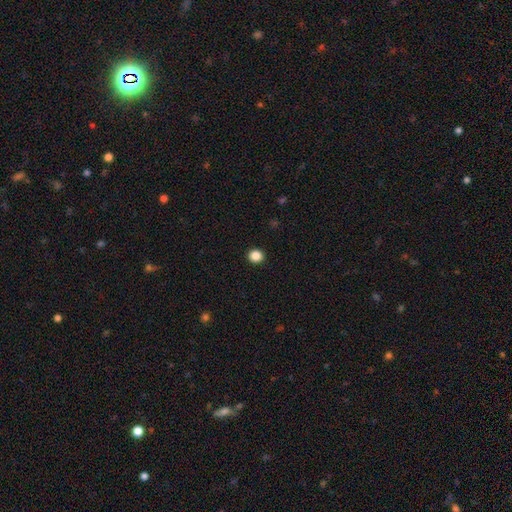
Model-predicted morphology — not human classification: smooth-or-featured: smooth: 86% | star or artifact: 11% | featured or disk: 3%
  how-rounded: round: 90% | in between: 9% | cigar-shaped: 1%
  merging: none: 93% | minor disturbance: 4% | major disturbance: 1% | merger: 1%